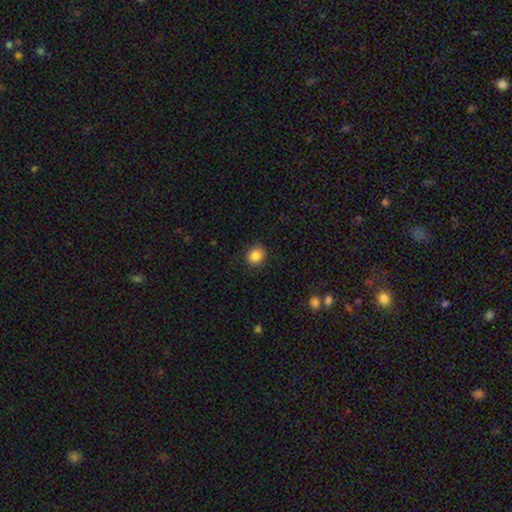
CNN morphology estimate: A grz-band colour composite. It shows a smooth galaxy with no disk features (86%) that is round (80%). Merging: none (89%).